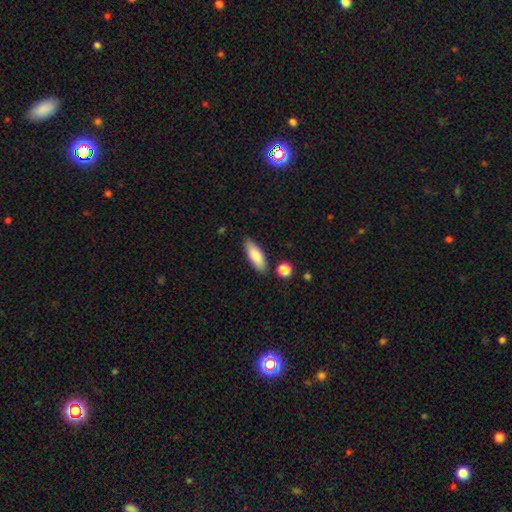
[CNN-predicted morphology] smooth-or-featured: smooth: 84% | featured or disk: 10% | star or artifact: 6%
  how-rounded: in between: 69% | cigar-shaped: 29% | round: 2%
  merging: none: 82% | minor disturbance: 11% | merger: 4% | major disturbance: 3%